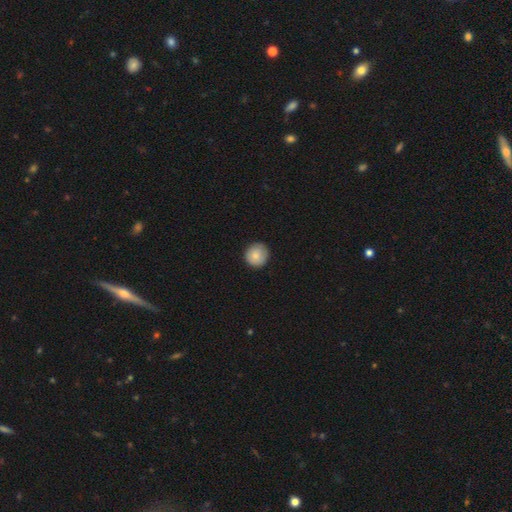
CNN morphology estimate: Smooth or featured? Predicted: smooth (p=0.84). How rounded? Predicted: round (p=0.94). Merging? Predicted: none (p=0.89).